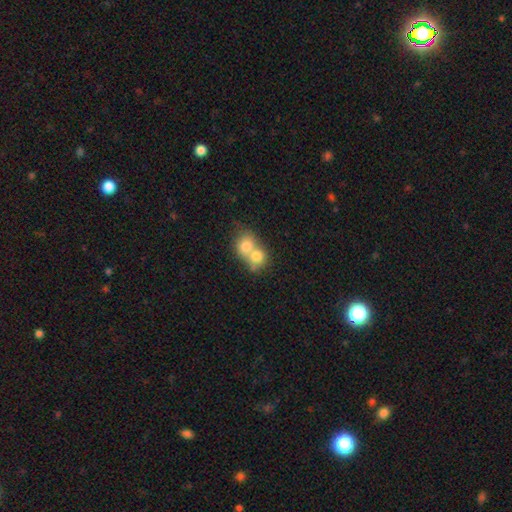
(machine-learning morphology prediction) Q: Smooth or featured?
A: smooth (74%); runner-up: featured or disk (18%)
Q: How rounded?
A: round (68%); runner-up: in between (31%)
Q: Merging?
A: merger (76%); runner-up: none (18%)